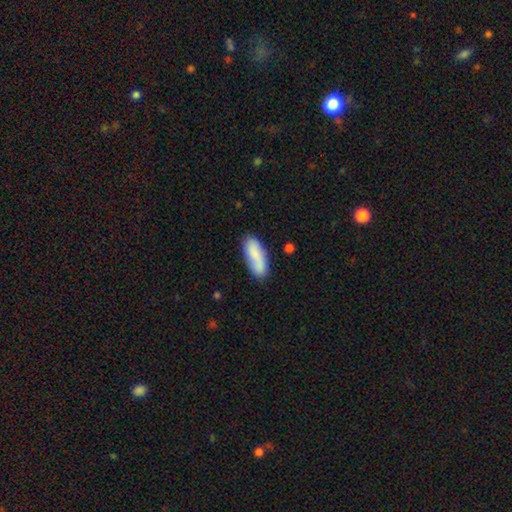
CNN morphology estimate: Q: Smooth or featured?
A: smooth (77%); runner-up: featured or disk (17%)
Q: How rounded?
A: in between (75%); runner-up: cigar-shaped (23%)
Q: Merging?
A: none (74%); runner-up: minor disturbance (17%)